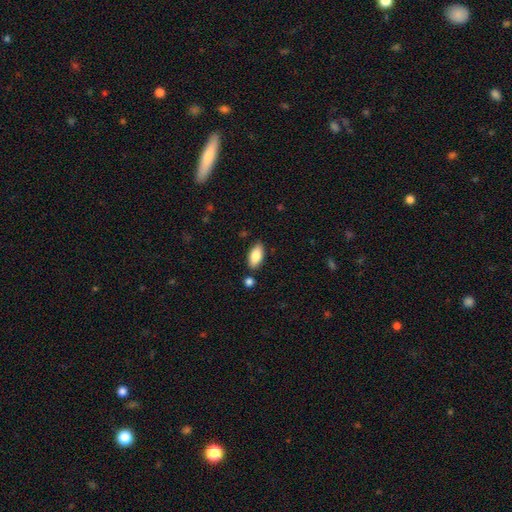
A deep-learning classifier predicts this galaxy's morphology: This appears to be a smooth galaxy with no disk features (83%) that is in between round and cigar-shaped (90%). Merging: none (82%).